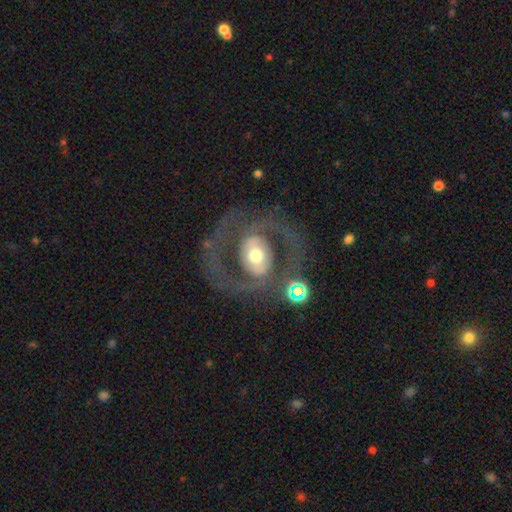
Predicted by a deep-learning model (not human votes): Smooth or featured?
  - featured or disk: 76% *
  - smooth: 17%
  - star or artifact: 7%
Edge-on disk?
  - no: 96% *
  - yes: 4%
Bar?
  - no: 47% *
  - weak: 29%
  - strong: 23%
Spiral arms?
  - yes: 67% *
  - no: 33%
Bulge size?
  - moderate: 64% *
  - large: 20%
  - small: 12%
  - dominant: 3%
  - none: 1%
Merging?
  - none: 67% *
  - major disturbance: 16%
  - minor disturbance: 13%
  - merger: 4%